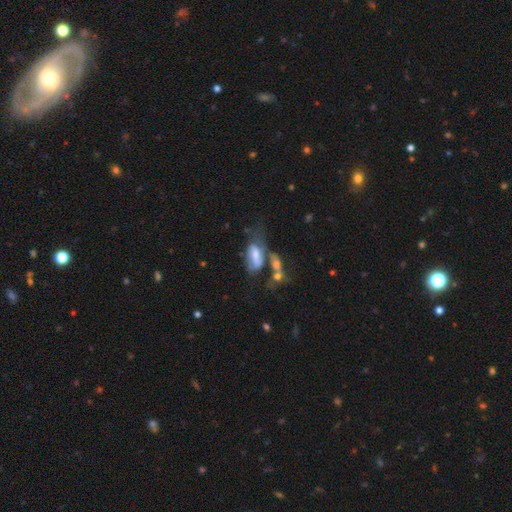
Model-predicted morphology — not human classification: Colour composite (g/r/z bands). It shows a smooth galaxy with no disk features (48%). Merging: merger (35%).